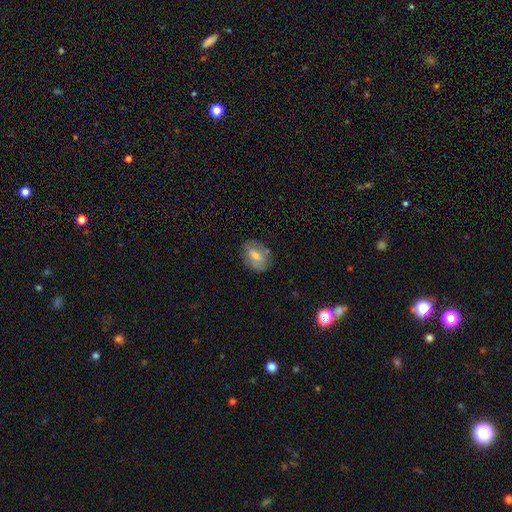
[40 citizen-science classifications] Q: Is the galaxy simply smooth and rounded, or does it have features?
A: smooth — 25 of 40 (62%).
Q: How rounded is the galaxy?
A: in between — 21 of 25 (84%).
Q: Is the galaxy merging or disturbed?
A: none — 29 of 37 (78%).